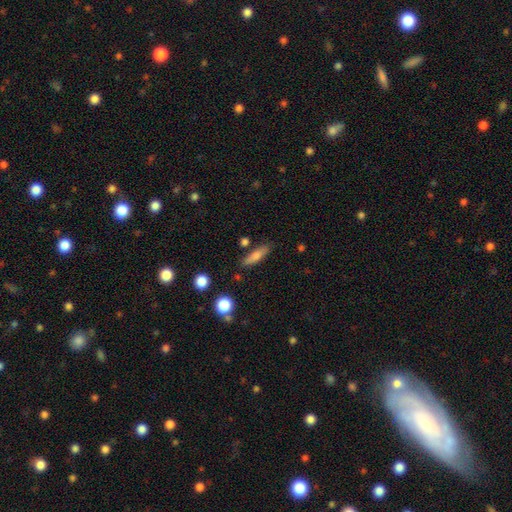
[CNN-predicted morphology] Smooth or featured? Predicted: smooth (p=0.66). How rounded? Predicted: cigar-shaped (p=0.69). Merging? Predicted: none (p=0.82).